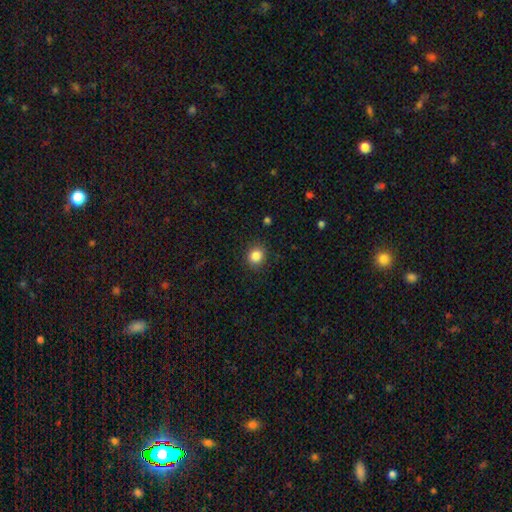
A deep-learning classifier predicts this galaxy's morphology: Overall: smooth (85%). How rounded: round (82%). Merging: none (88%).